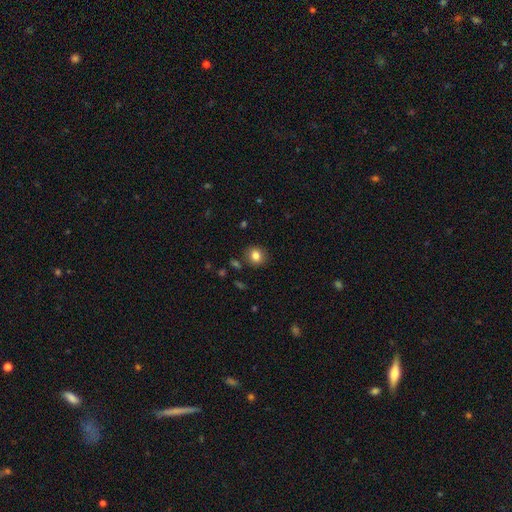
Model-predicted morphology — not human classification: Smooth or featured? Predicted: smooth (p=0.82). How rounded? Predicted: round (p=0.78). Merging? Predicted: none (p=0.87).